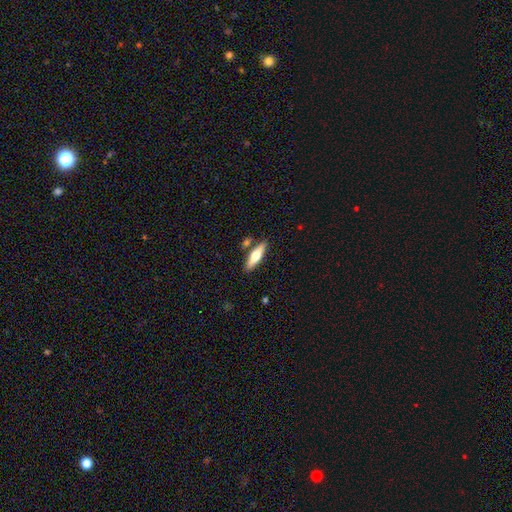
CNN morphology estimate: type=smooth (56%); roundness=cigar-shaped (62%); merging=none (82%).